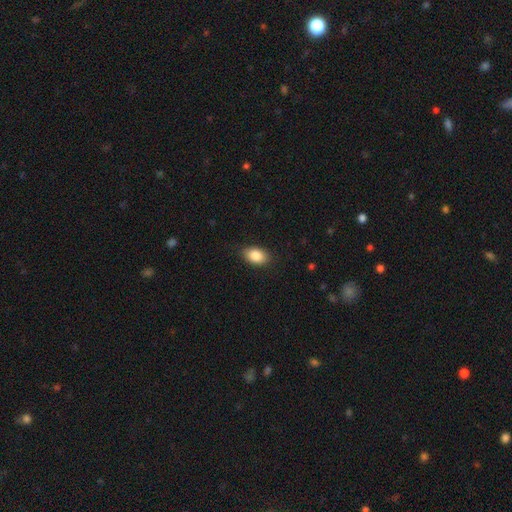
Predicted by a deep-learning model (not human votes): smooth_or_featured: smooth (p=0.87) [alt: star or artifact p=0.07]
how_rounded: in between (p=0.89) [alt: round p=0.10]
merging: none (p=0.85) [alt: minor disturbance p=0.11]